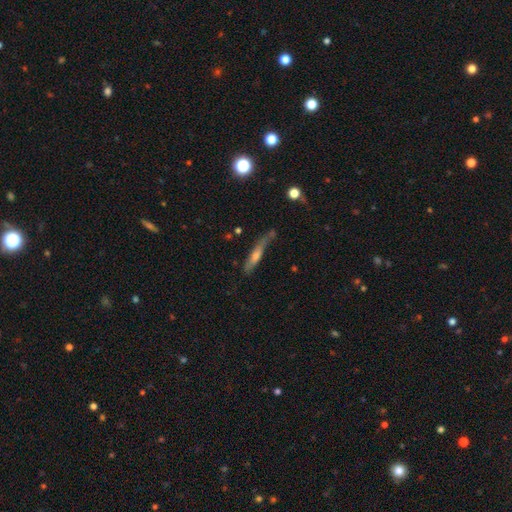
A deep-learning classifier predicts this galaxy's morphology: Smooth or featured? featured or disk (47%)
Merging? none (54%)